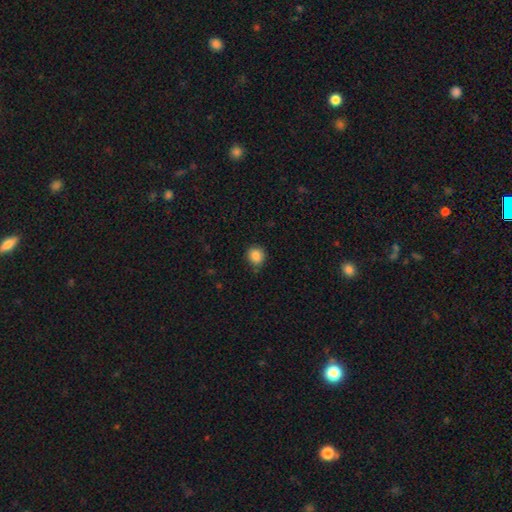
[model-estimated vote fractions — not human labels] Overall: smooth (86%). How rounded: round (85%). Merging: none (79%).